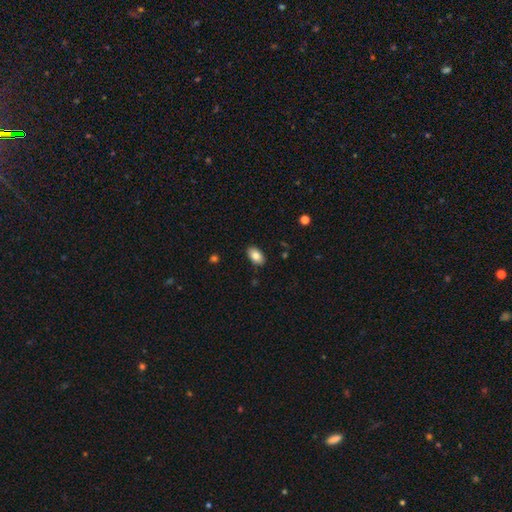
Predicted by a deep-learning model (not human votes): Smooth or featured: smooth — 83% (featured or disk — 10%)
How rounded: in between — 93% (round — 6%)
Merging: none — 88% (minor disturbance — 9%)